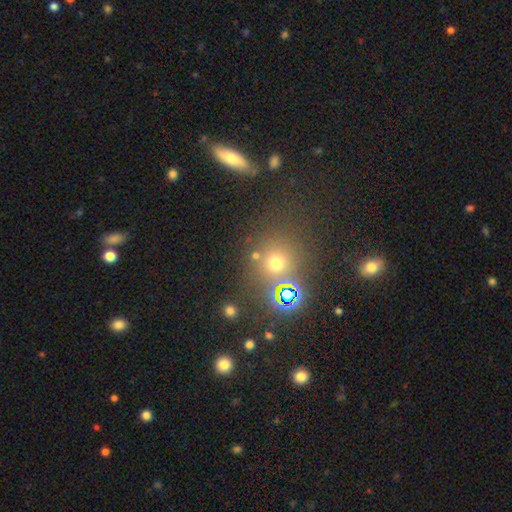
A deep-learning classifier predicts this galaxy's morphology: Smooth or featured? Predicted: smooth (p=0.49). Merging? Predicted: none (p=0.60).